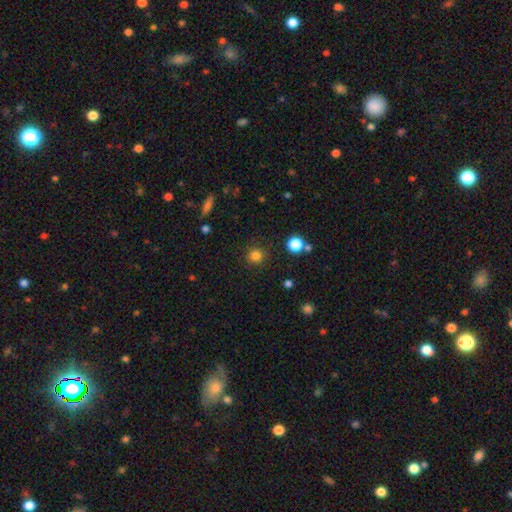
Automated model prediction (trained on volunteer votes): Smooth or featured: smooth — 82% (star or artifact — 14%)
How rounded: round — 93% (in between — 6%)
Merging: none — 89% (minor disturbance — 7%)